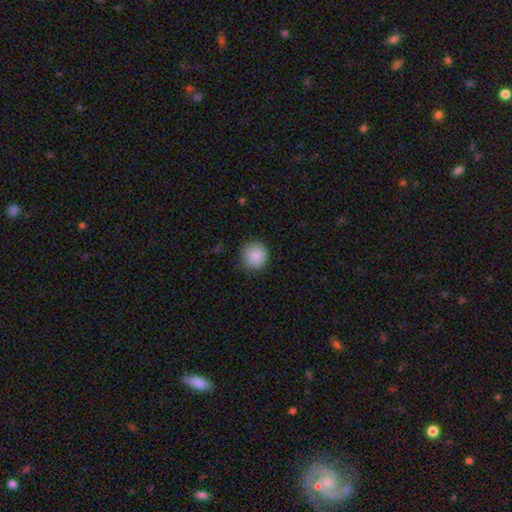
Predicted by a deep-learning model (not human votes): The model was most divided on "merging": none: 88%, minor disturbance: 8%, major disturbance: 2%, merger: 1%. More confident: how rounded — round (93%); smooth or featured — smooth (89%).